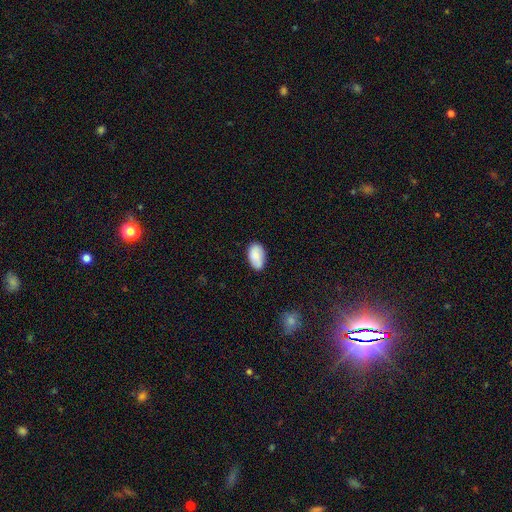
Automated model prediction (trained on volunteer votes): smooth-or-featured: smooth: 85% | featured or disk: 8% | star or artifact: 7%
  how-rounded: in between: 94% | round: 5% | cigar-shaped: 1%
  merging: none: 75% | minor disturbance: 20% | major disturbance: 3% | merger: 2%